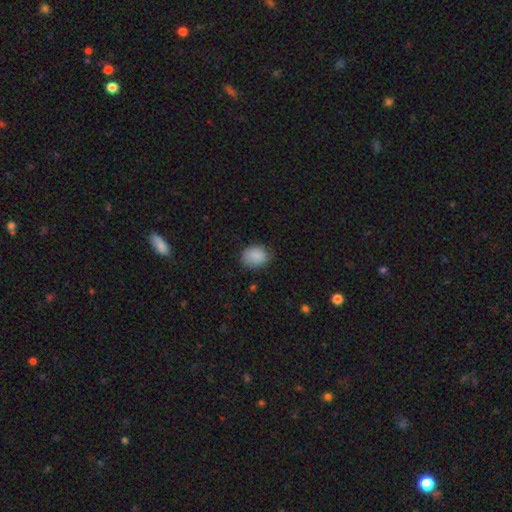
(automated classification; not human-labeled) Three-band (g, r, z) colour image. It shows a smooth galaxy with no disk features (87%) that is in between round and cigar-shaped (54%). Merging: none (76%).